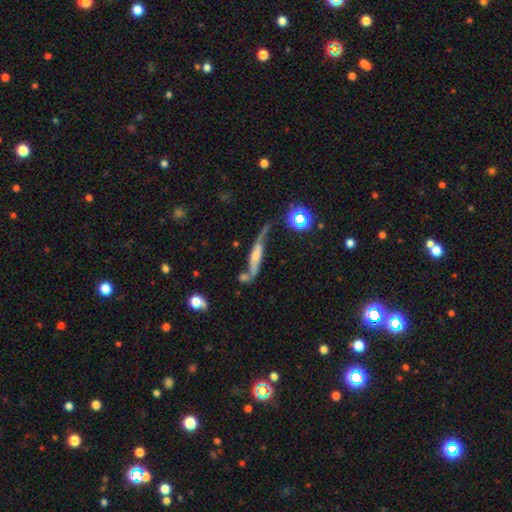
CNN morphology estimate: type=featured or disk (64%); edge-on=yes (67%); merging=none (40%).